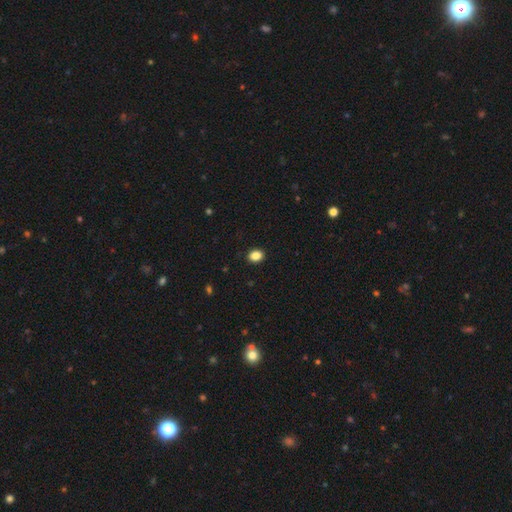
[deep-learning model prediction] Smooth or featured? Predicted: smooth (p=0.86). How rounded? Predicted: in between (p=0.54). Merging? Predicted: none (p=0.90).